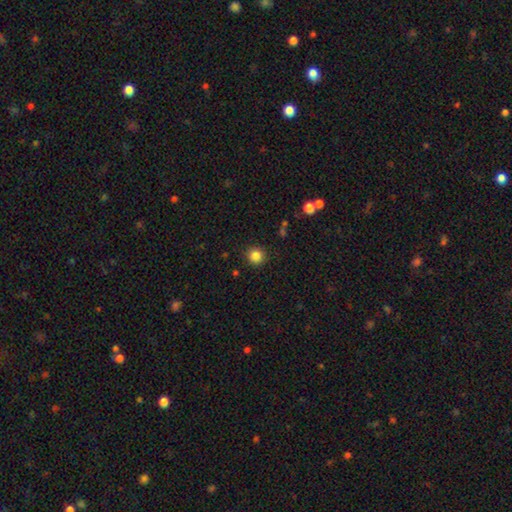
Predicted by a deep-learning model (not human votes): Morphology: type=smooth (84%); roundness=round (94%); merging=none (91%).